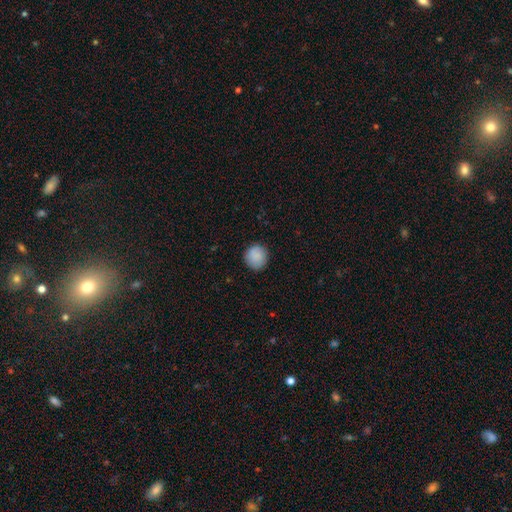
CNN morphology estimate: type=smooth (88%); roundness=round (91%); merging=none (88%).